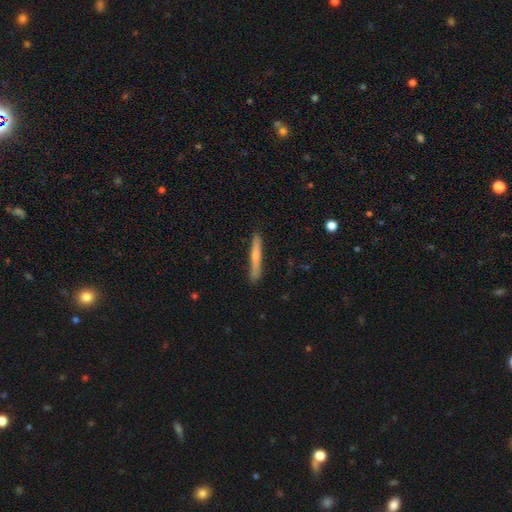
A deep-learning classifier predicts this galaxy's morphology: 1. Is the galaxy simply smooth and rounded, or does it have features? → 54% smooth, 40% featured or disk, 6% star or artifact.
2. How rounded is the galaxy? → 96% cigar-shaped, 3% in between, 1% round.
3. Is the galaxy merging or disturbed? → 88% none, 9% minor disturbance, 2% major disturbance, 1% merger.